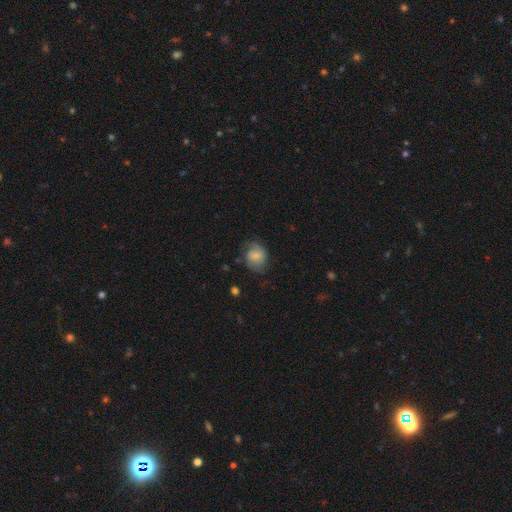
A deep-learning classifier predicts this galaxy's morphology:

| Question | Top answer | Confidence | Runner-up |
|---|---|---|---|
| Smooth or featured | smooth | 62% | featured or disk (30%) |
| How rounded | round | 61% | in between (38%) |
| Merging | none | 61% | minor disturbance (26%) |